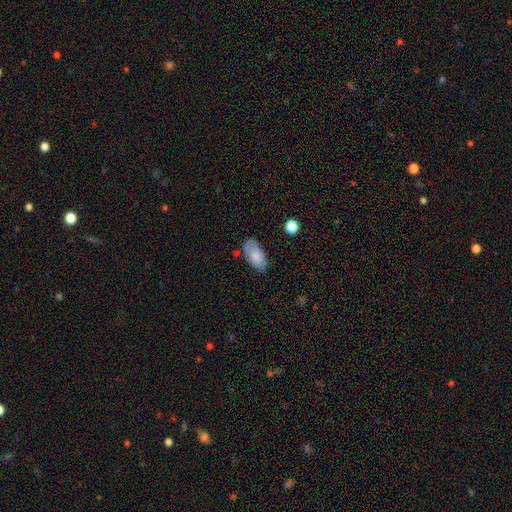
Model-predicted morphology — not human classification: smooth_or_featured: smooth (p=0.79) [alt: featured or disk p=0.14]
how_rounded: in between (p=0.94) [alt: cigar-shaped p=0.03]
merging: none (p=0.73) [alt: minor disturbance p=0.19]